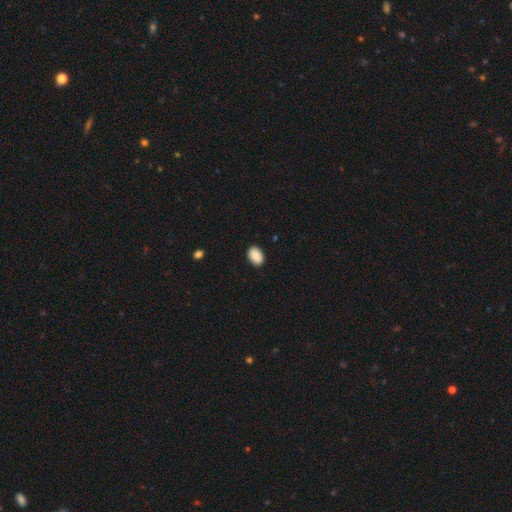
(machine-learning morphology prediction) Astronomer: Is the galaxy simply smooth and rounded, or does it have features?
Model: smooth — 90%.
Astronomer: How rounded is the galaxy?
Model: in between — 84%.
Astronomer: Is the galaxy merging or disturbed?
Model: none — 88%.